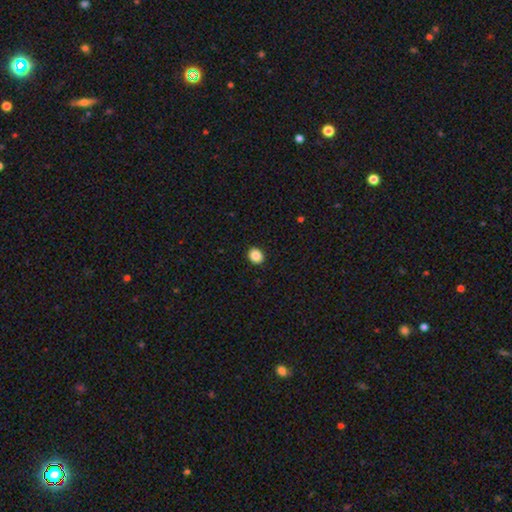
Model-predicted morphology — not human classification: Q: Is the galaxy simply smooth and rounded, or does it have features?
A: smooth — 87%.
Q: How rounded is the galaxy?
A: round — 58%.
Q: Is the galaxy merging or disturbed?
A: none — 92%.